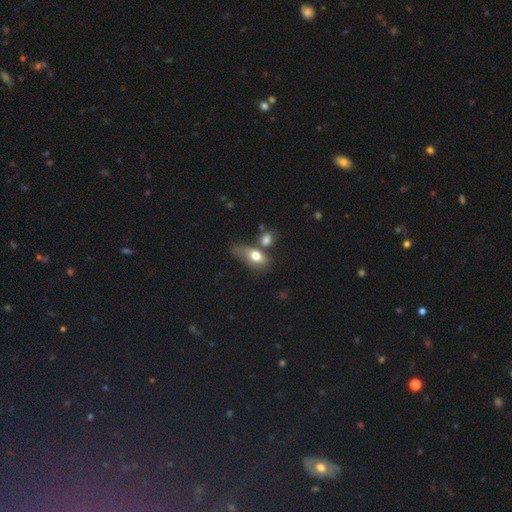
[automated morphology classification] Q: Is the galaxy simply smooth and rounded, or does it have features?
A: smooth — 73%.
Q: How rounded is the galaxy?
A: in between — 80%.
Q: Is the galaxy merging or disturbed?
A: merger — 33%.